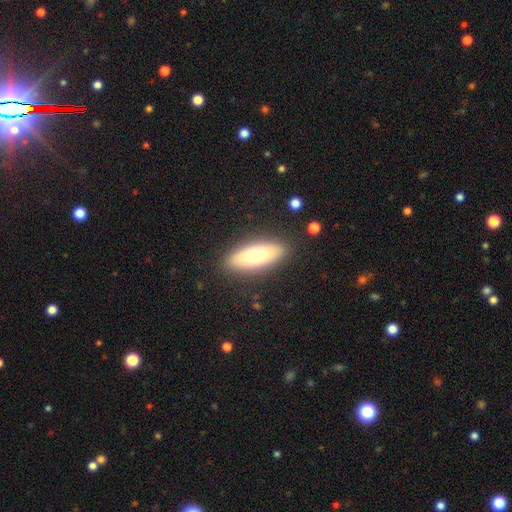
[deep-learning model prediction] This is likely a smooth galaxy (71%). How rounded: likely in between (62%). Merging: clearly none (86%).